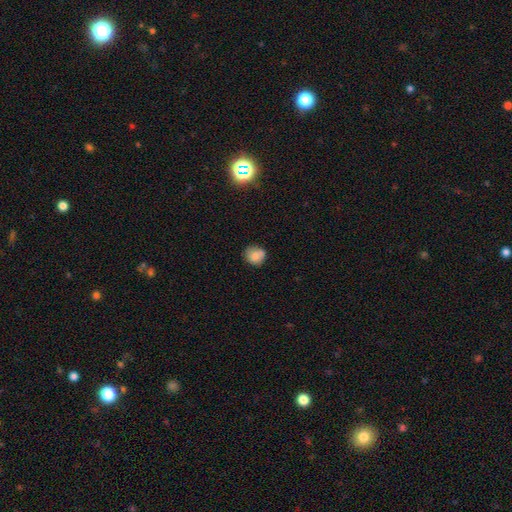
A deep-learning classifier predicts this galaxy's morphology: smooth 79%, featured or disk 12%, star or artifact 10%. Down the decision tree: how rounded — round (82%); merging — none (68%).